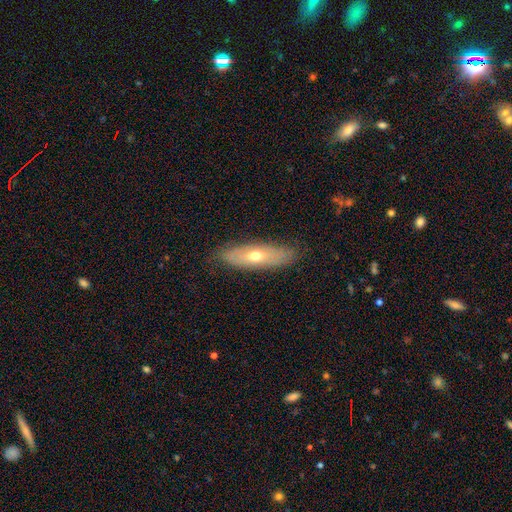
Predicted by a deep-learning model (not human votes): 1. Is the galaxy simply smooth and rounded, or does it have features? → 49% smooth, 44% featured or disk, 7% star or artifact.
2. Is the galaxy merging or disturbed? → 82% none, 14% minor disturbance, 3% major disturbance, 1% merger.